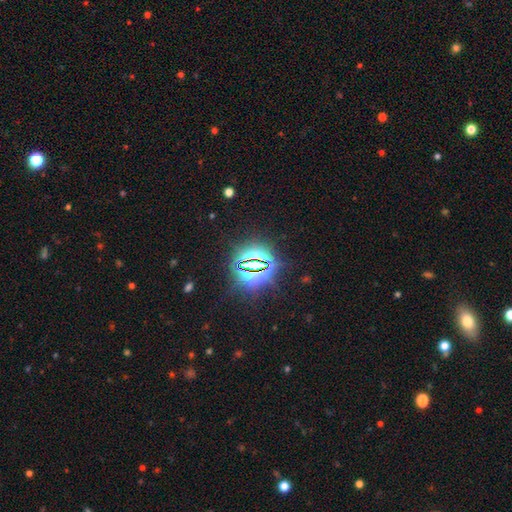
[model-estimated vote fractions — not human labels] This is clearly a star or artifact rather than a galaxy (84%).